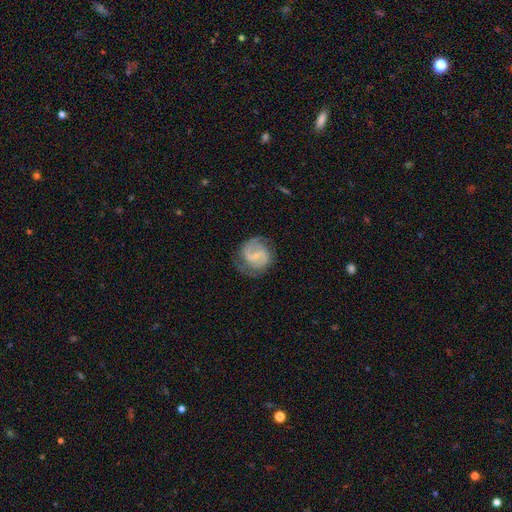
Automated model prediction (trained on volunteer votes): Morphology: type=featured or disk (77%); edge-on=no (98%); bar=weak (53%); spiral arms=yes (94%); winding=medium (51%); arm count=2 (84%); bulge=small (57%); merging=none (70%).